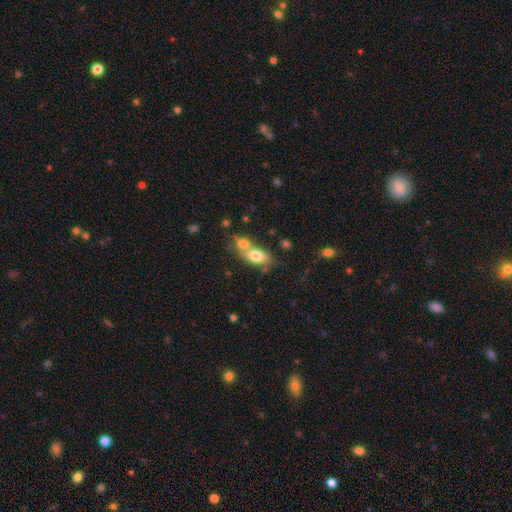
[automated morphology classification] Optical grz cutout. It shows a smooth galaxy with no disk features (76%) that is in between round and cigar-shaped (83%). Merging: merger (53%).